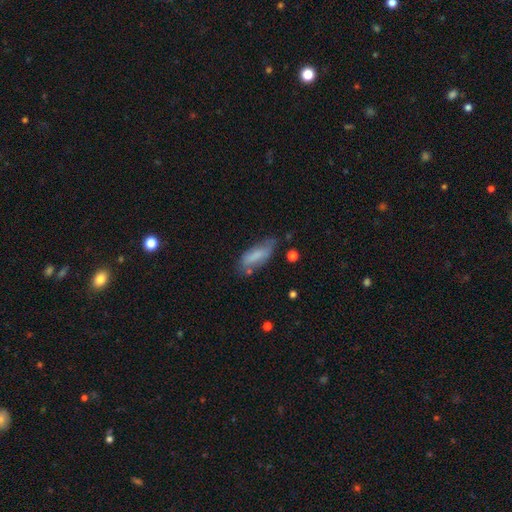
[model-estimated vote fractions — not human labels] This is likely a smooth galaxy (75%). How rounded: likely in between (67%). Merging: possibly none (55%).